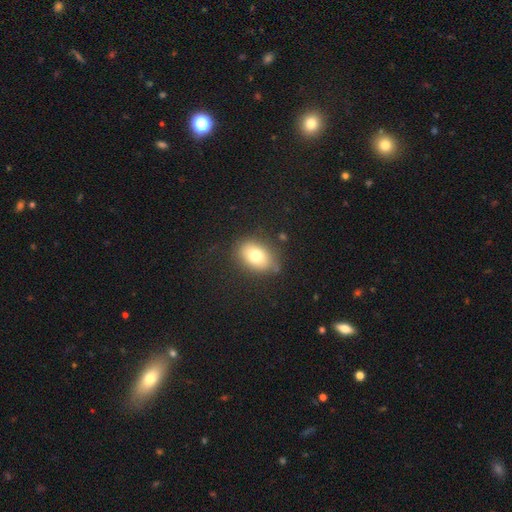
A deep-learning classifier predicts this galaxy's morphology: Smooth or featured?
  - smooth: 76% *
  - featured or disk: 14%
  - star or artifact: 10%
How rounded?
  - in between: 76% *
  - round: 23%
  - cigar-shaped: 1%
Merging?
  - none: 78% *
  - minor disturbance: 16%
  - major disturbance: 5%
  - merger: 2%